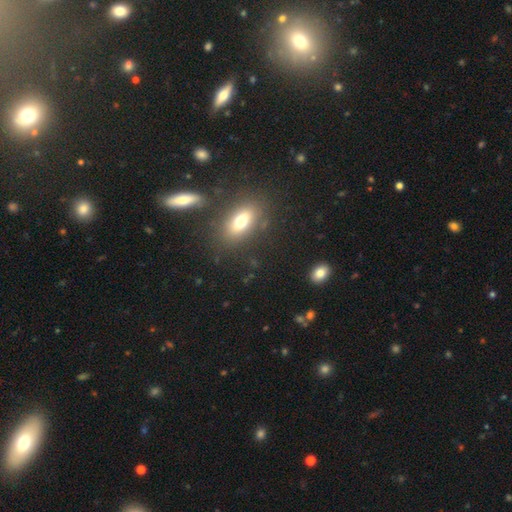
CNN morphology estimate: smooth_or_featured: smooth (p=0.58) [alt: star or artifact p=0.24]
how_rounded: in between (p=0.77) [alt: round p=0.14]
merging: none (p=0.79) [alt: minor disturbance p=0.10]